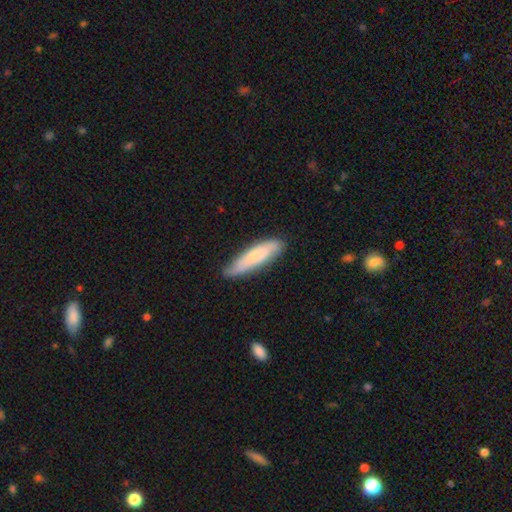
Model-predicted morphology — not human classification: smooth-or-featured: smooth: 71% | featured or disk: 23% | star or artifact: 6%
  how-rounded: cigar-shaped: 74% | in between: 25% | round: 1%
  merging: none: 74% | minor disturbance: 21% | major disturbance: 3% | merger: 2%